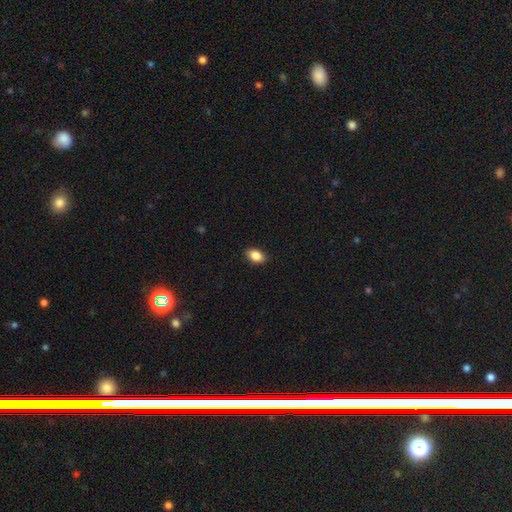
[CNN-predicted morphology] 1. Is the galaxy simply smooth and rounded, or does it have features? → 87% smooth, 8% star or artifact, 5% featured or disk.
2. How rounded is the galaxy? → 88% in between, 11% round, 2% cigar-shaped.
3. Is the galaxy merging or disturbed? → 89% none, 8% minor disturbance, 2% major disturbance, 1% merger.